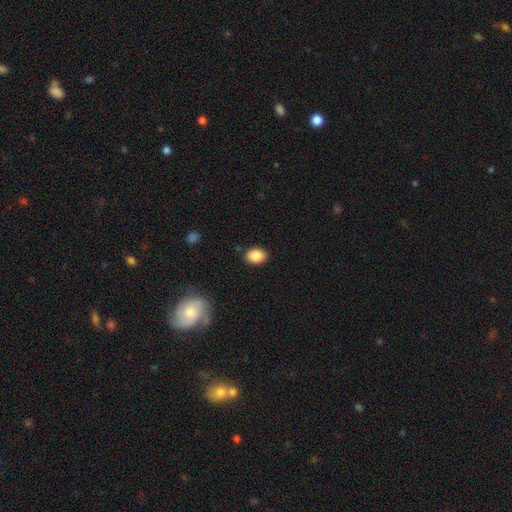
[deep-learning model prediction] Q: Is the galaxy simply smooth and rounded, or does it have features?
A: smooth — 87%.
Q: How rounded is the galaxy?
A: in between — 75%.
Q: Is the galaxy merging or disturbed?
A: none — 87%.